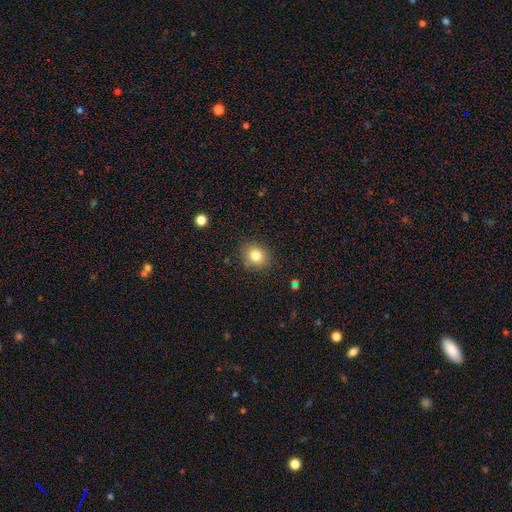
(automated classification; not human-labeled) Morphology: type=smooth (80%); roundness=round (75%); merging=none (86%).